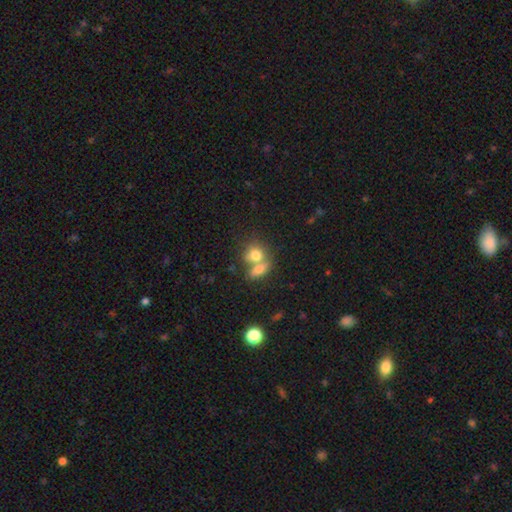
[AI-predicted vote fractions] Q: Smooth or featured?
A: smooth (78%); runner-up: featured or disk (13%)
Q: How rounded?
A: round (54%); runner-up: in between (43%)
Q: Merging?
A: merger (56%); runner-up: none (32%)